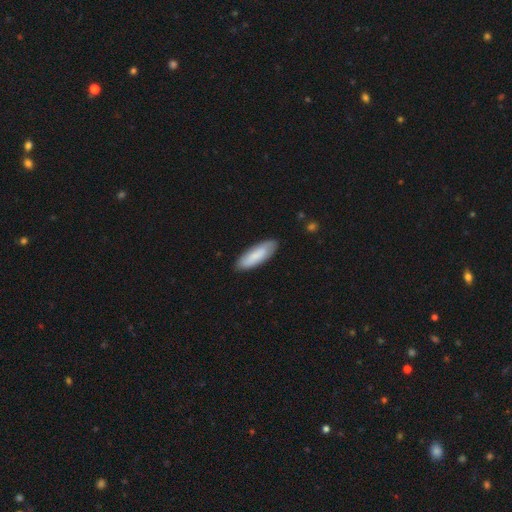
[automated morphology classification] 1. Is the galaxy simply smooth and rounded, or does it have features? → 78% smooth, 16% featured or disk, 5% star or artifact.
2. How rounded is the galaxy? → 57% in between, 41% cigar-shaped, 1% round.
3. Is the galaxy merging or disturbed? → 86% none, 11% minor disturbance, 2% major disturbance, 1% merger.